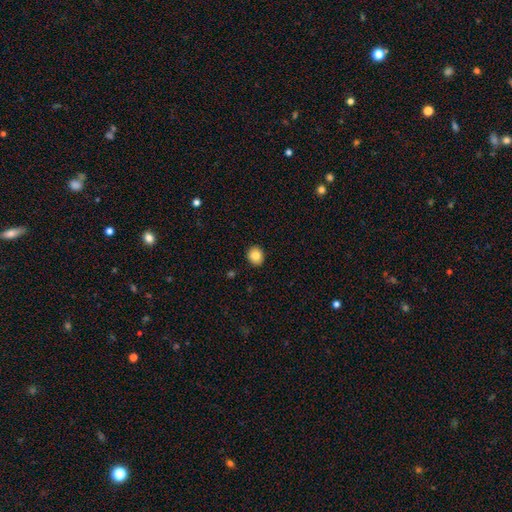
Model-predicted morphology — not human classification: Smooth or featured? smooth (85%)
How rounded? round (75%)
Merging? none (91%)